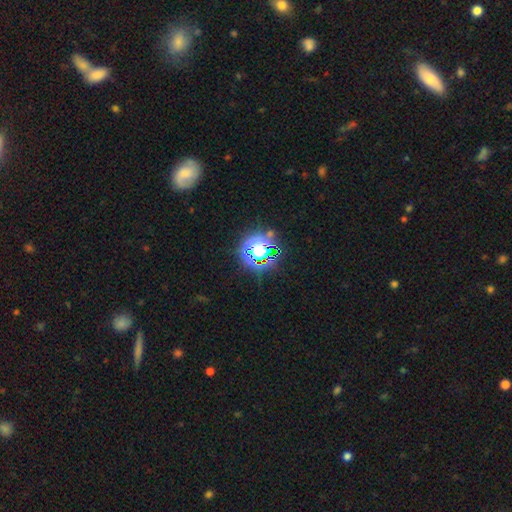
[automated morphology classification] Smooth or featured? Predicted: star or artifact (p=0.75).